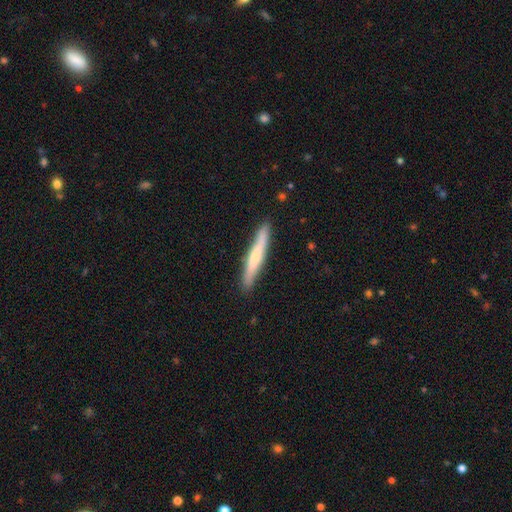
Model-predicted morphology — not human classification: smooth 58%, featured or disk 36%, star or artifact 6%. Down the decision tree: how rounded — cigar-shaped (95%); merging — none (89%).